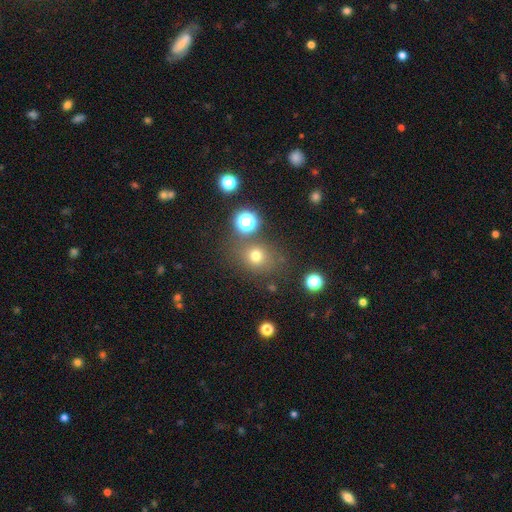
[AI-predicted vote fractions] smooth 70%, star or artifact 21%, featured or disk 9%. Down the decision tree: how rounded — round (77%); merging — none (73%).